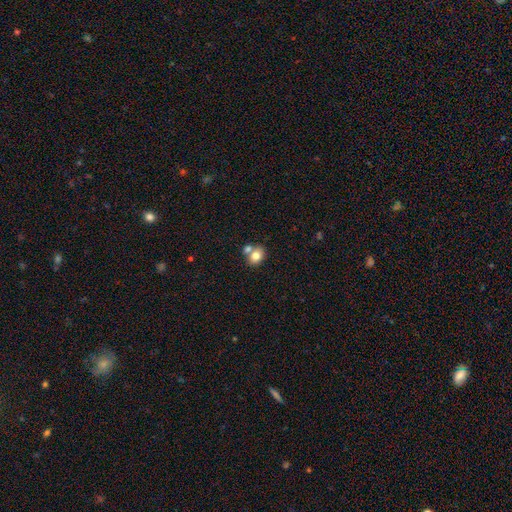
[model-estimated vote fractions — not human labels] smooth-or-featured: smooth: 76% | featured or disk: 14% | star or artifact: 10%
  how-rounded: in between: 51% | round: 49% | cigar-shaped: 1%
  merging: none: 47% | merger: 39% | minor disturbance: 10% | major disturbance: 3%